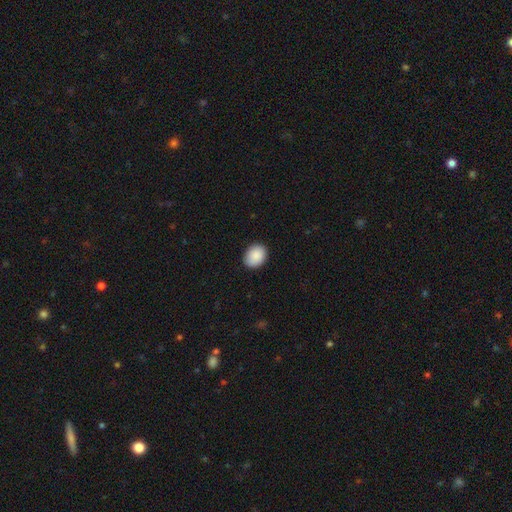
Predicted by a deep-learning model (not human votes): A smooth galaxy with no disk features (90%) that is in between round and cigar-shaped (61%).

Vote fractions:
- Smooth or featured? smooth: 90% / star or artifact: 7% / featured or disk: 3%
- How rounded? in between: 61% / round: 38% / cigar-shaped: 1%
- Merging? none: 87% / minor disturbance: 10% / major disturbance: 2% / merger: 1%